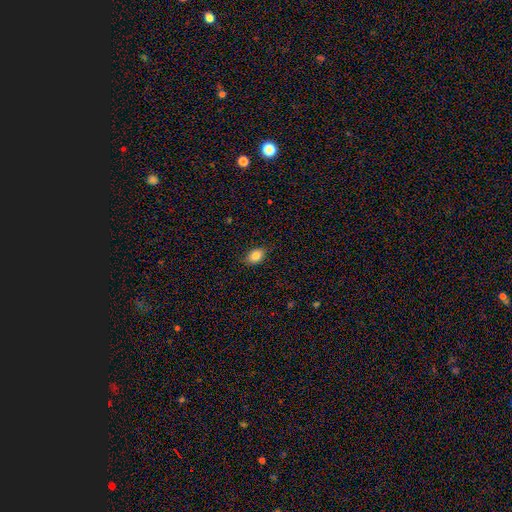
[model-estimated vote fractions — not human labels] Smooth or featured: smooth — 85% (star or artifact — 9%)
How rounded: in between — 74% (round — 25%)
Merging: none — 83% (minor disturbance — 13%)